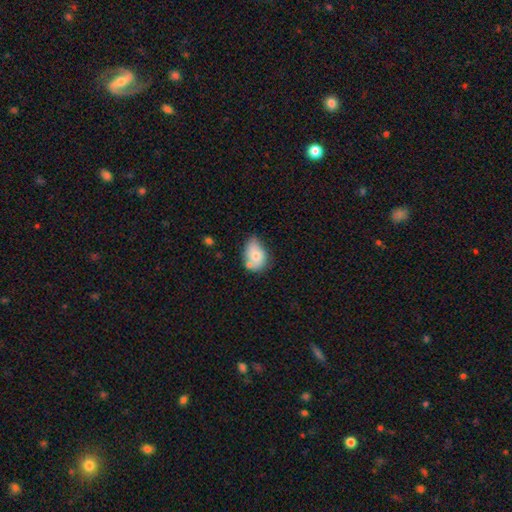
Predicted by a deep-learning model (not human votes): Morphology: type=smooth (70%); roundness=in between (77%); merging=none (45%).